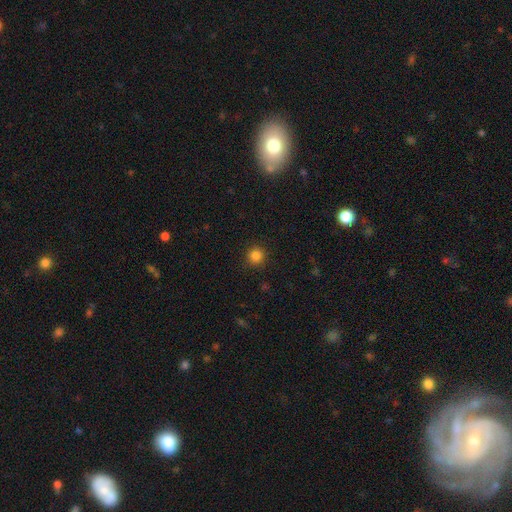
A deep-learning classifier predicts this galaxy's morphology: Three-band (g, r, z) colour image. It shows a smooth galaxy with no disk features (84%) that is round (94%). Merging: none (91%).